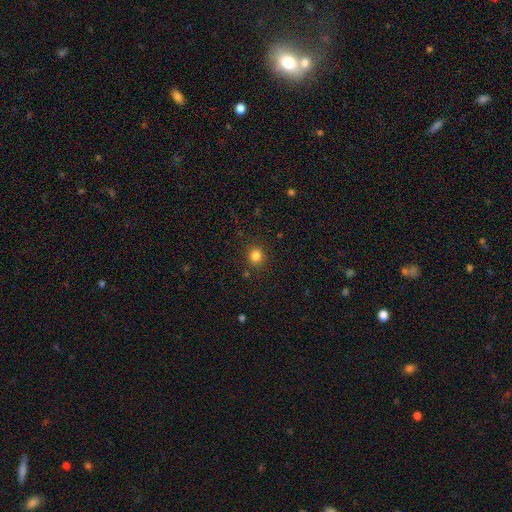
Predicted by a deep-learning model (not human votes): A smooth galaxy with no disk features (82%) that is round (87%). Merging: none (87%).